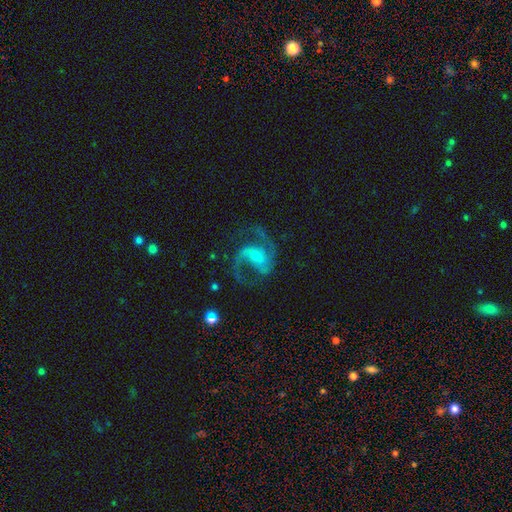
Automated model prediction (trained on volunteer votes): Morphology: type=featured or disk (91%); edge-on=no (98%); bar=weak (44%); spiral arms=yes (98%); winding=medium (62%); arm count=2 (89%); bulge=small (62%); merging=none (70%).